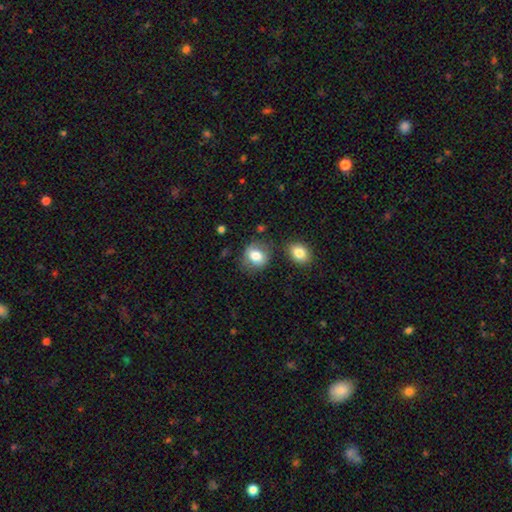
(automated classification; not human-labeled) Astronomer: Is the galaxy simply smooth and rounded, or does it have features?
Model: smooth — 79%.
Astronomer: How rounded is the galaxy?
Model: round — 61% (runner-up: in between, 38%).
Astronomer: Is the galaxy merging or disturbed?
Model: none — 71%.